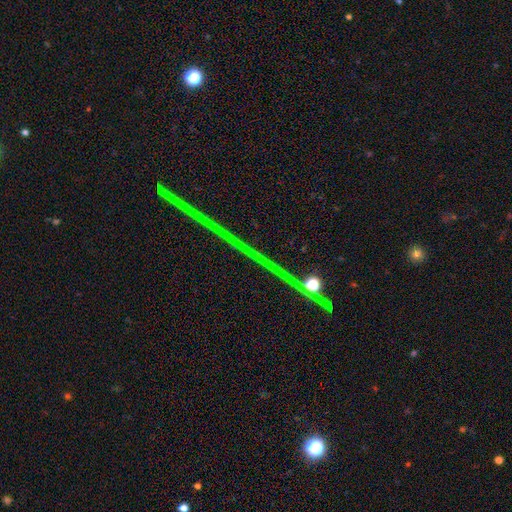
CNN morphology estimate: This appears to be a star or artifact, not a galaxy (74%).